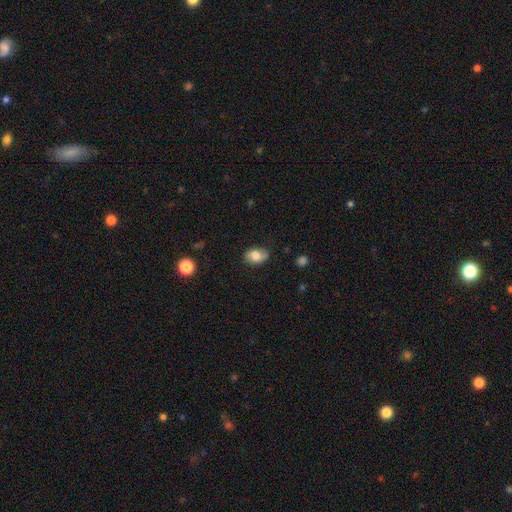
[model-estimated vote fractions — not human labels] Smooth or featured: smooth — 76% (featured or disk — 16%)
How rounded: in between — 82% (round — 17%)
Merging: none — 74% (minor disturbance — 21%)